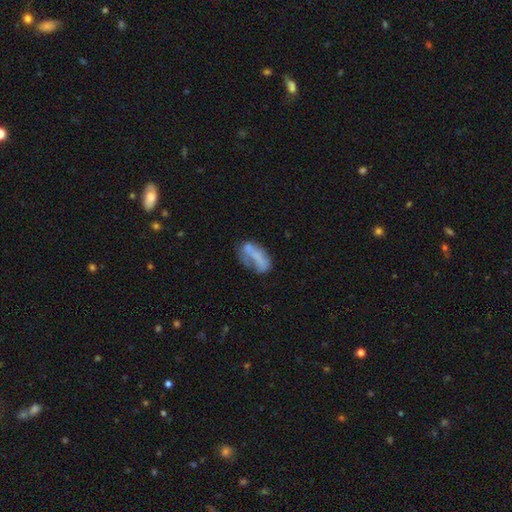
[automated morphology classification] The model was most divided on "merging": none: 32%, major disturbance: 27%, minor disturbance: 24%, merger: 17%. More confident: how rounded — in between (80%); smooth or featured — smooth (55%).